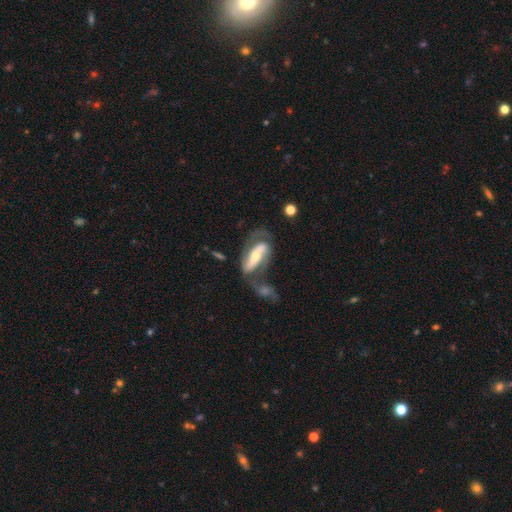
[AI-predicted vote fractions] This appears to be a featured or disk galaxy (73%) with a strong bar (51%), spiral arms (80%) and a moderate central bulge (57%). Merging: none (41%).